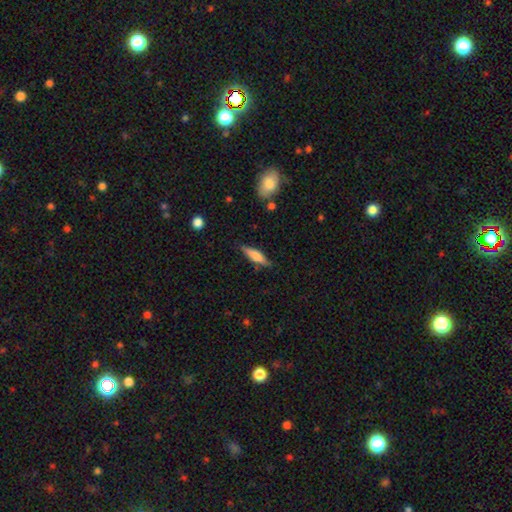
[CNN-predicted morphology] This is likely a smooth galaxy (63%). How rounded: likely cigar-shaped (66%). Merging: clearly none (81%).